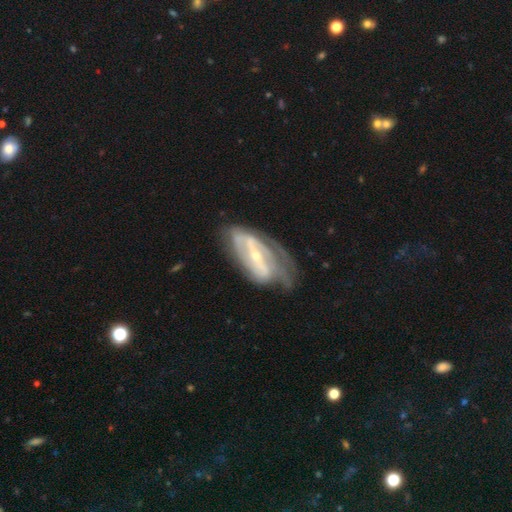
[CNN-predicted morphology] This is clearly a featured or disk galaxy (85%). It is clearly not viewed edge-on (93%). Bar: likely strong (62%). Spiral arm pattern: clearly yes (88%). Spiral arm count: possibly 2 (52%). Spiral winding: possibly tight (47%). Central bulge: likely small (64%). Merging: possibly none (52%).